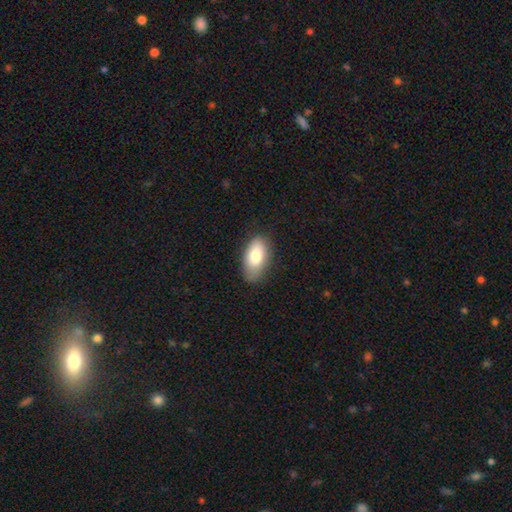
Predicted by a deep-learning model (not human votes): A smooth galaxy with no disk features (81%) that is in between round and cigar-shaped (93%). Merging: none (78%).